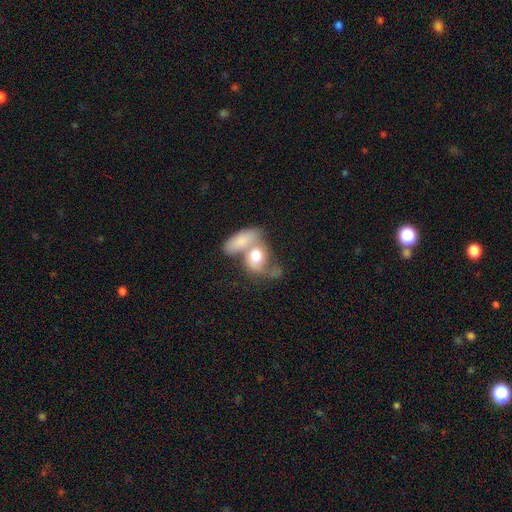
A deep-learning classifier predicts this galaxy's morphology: This appears to be a smooth galaxy with no disk features (64%) that is in between round and cigar-shaped (71%). Merging: merger (61%).